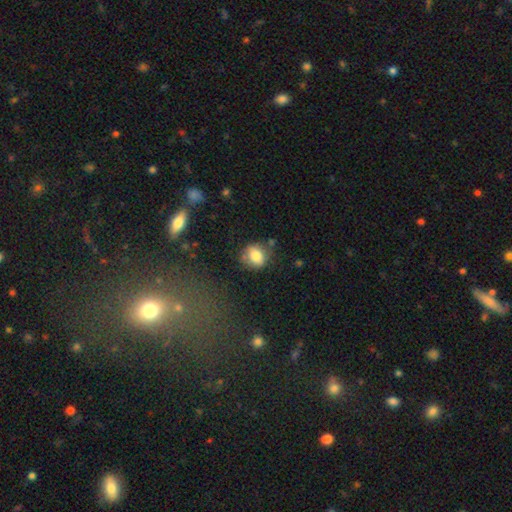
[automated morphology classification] smooth-or-featured: smooth: 76% | featured or disk: 15% | star or artifact: 9%
  how-rounded: round: 59% | in between: 40% | cigar-shaped: 2%
  merging: none: 65% | minor disturbance: 21% | merger: 7% | major disturbance: 7%